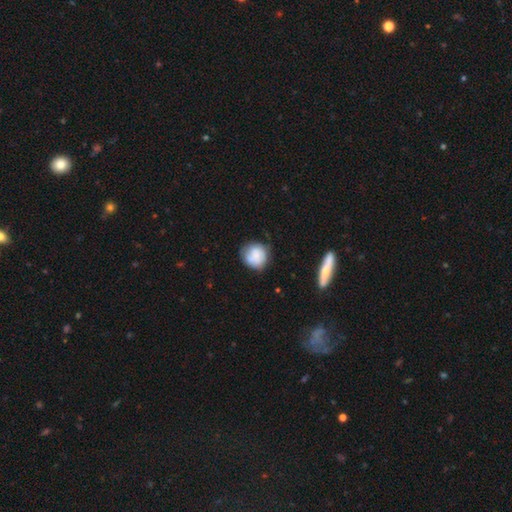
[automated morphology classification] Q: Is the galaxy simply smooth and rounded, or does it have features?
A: smooth — 71%.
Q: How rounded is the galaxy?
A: round — 83%.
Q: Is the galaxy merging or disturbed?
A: none — 60%.